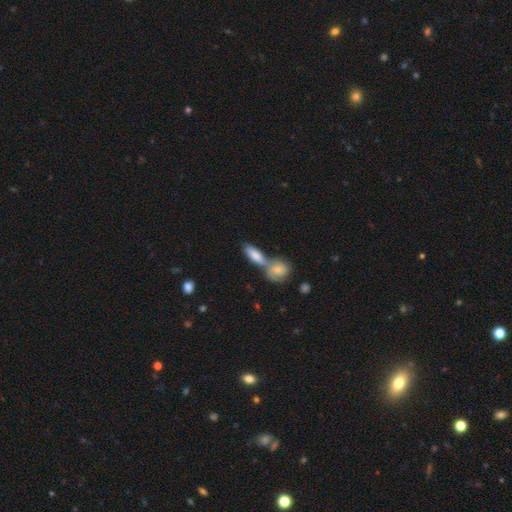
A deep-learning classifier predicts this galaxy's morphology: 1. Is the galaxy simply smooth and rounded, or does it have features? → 65% smooth, 23% featured or disk, 11% star or artifact.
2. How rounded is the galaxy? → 64% in between, 29% cigar-shaped, 7% round.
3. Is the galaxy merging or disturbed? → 48% merger, 40% none, 8% minor disturbance, 3% major disturbance.